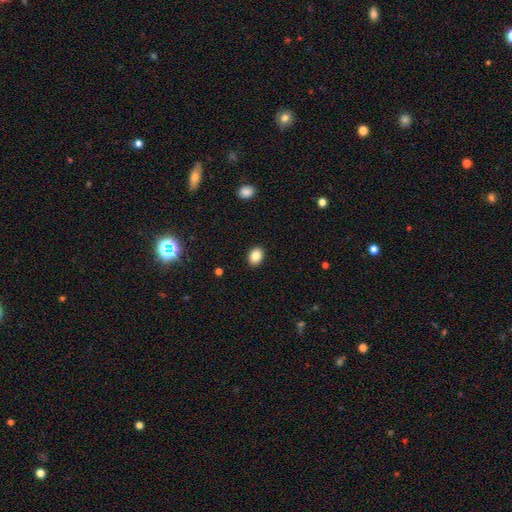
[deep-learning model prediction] smooth-or-featured: smooth: 85% | star or artifact: 9% | featured or disk: 6%
  how-rounded: in between: 64% | round: 35% | cigar-shaped: 1%
  merging: none: 90% | minor disturbance: 7% | major disturbance: 2% | merger: 1%